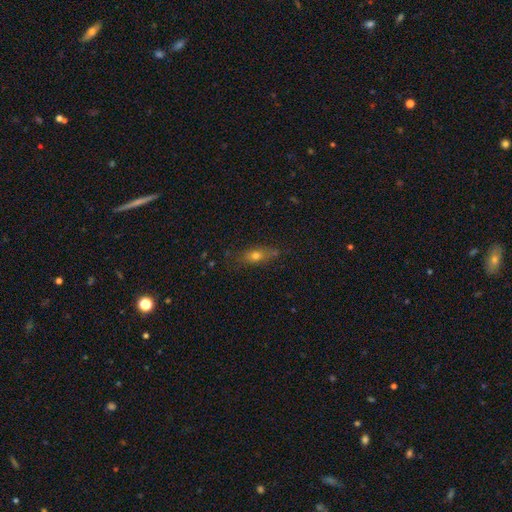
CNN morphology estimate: Smooth or featured? smooth (66%)
How rounded? in between (62%)
Merging? none (68%)